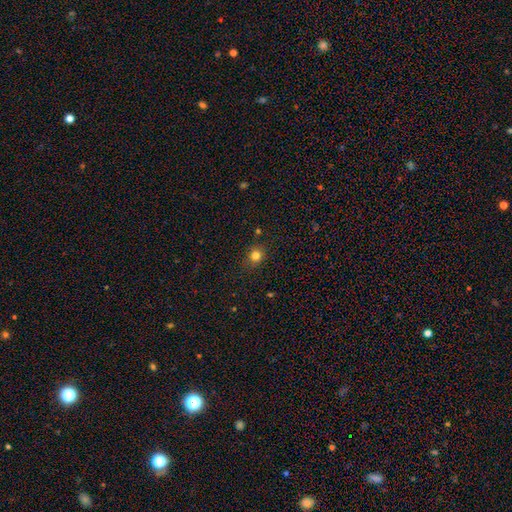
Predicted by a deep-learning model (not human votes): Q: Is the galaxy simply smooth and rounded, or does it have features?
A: smooth — 80%.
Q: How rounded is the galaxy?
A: round — 76%.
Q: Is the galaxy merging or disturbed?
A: none — 83%.